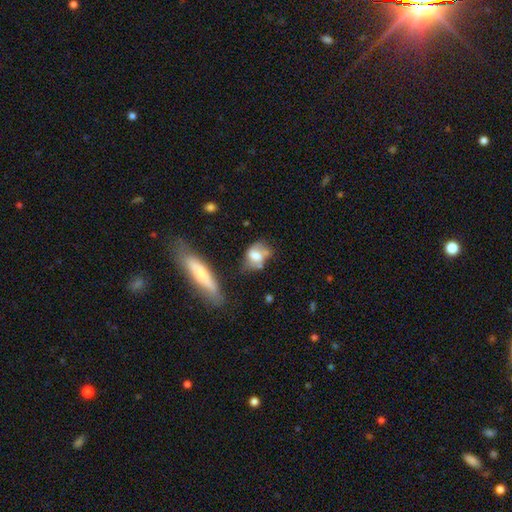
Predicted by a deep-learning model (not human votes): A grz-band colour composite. It shows a smooth galaxy with no disk features (60%) that is in between round and cigar-shaped (74%). Merging: none (38%).